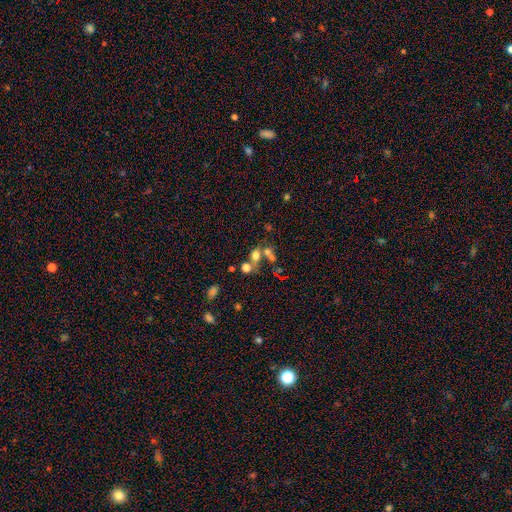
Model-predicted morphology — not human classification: smooth-or-featured: smooth: 66% | star or artifact: 18% | featured or disk: 16%
  how-rounded: in between: 49% | round: 48% | cigar-shaped: 3%
  merging: merger: 47% | none: 36% | minor disturbance: 9% | major disturbance: 8%